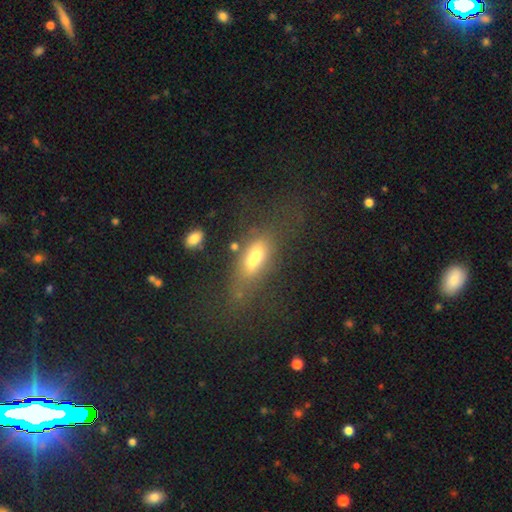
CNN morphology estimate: Q: Smooth or featured?
A: smooth (55%); runner-up: featured or disk (31%)
Q: How rounded?
A: in between (69%); runner-up: cigar-shaped (25%)
Q: Merging?
A: none (39%); runner-up: major disturbance (25%)